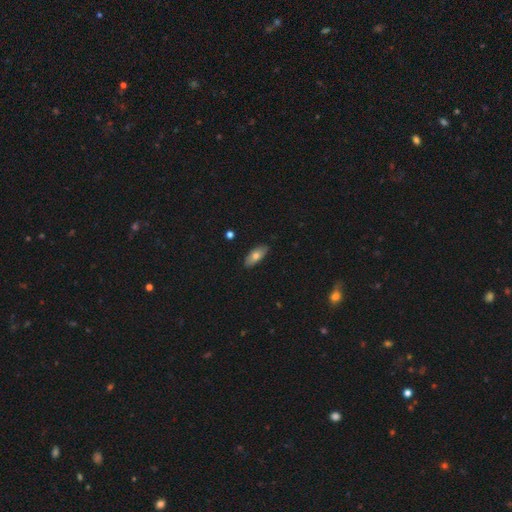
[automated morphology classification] Smooth or featured?
  - smooth: 71% *
  - featured or disk: 22%
  - star or artifact: 7%
How rounded?
  - in between: 80% *
  - cigar-shaped: 17%
  - round: 3%
Merging?
  - none: 86% *
  - minor disturbance: 11%
  - major disturbance: 2%
  - merger: 1%